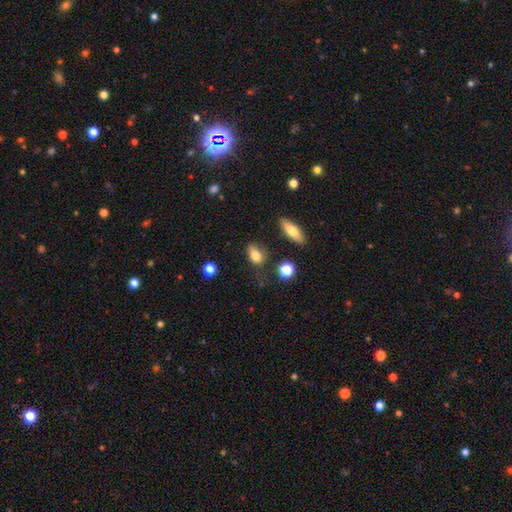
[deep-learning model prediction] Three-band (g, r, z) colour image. It shows a smooth galaxy with no disk features (81%) that is in between round and cigar-shaped (79%). Merging: none (64%).